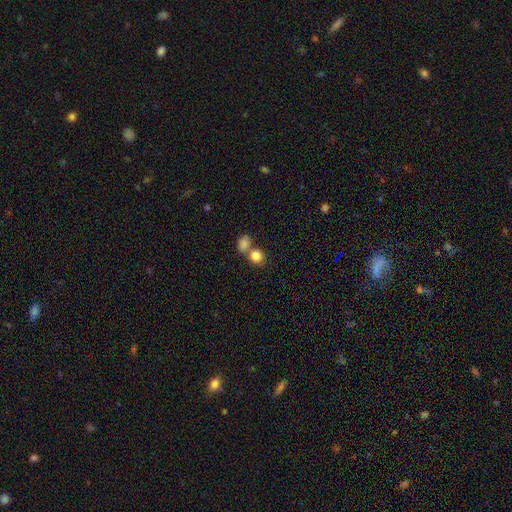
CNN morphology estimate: Smooth or featured? Predicted: smooth (p=0.83). How rounded? Predicted: round (p=0.74). Merging? Predicted: none (p=0.45).